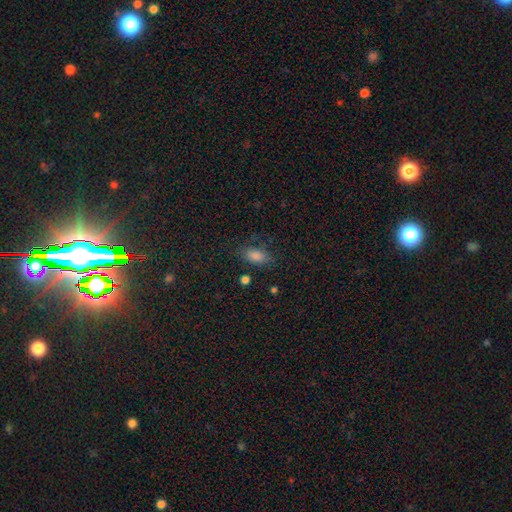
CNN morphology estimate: smooth_or_featured: smooth (p=0.77) [alt: star or artifact p=0.15]
how_rounded: in between (p=0.85) [alt: cigar-shaped p=0.08]
merging: none (p=0.78) [alt: minor disturbance p=0.14]